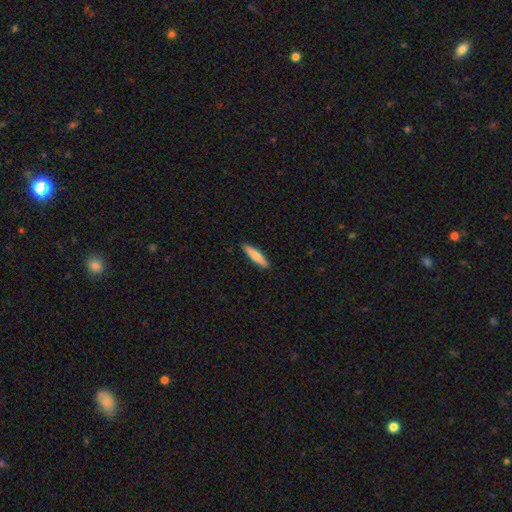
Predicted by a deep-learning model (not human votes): Smooth or featured? smooth (73%)
How rounded? cigar-shaped (84%)
Merging? none (90%)